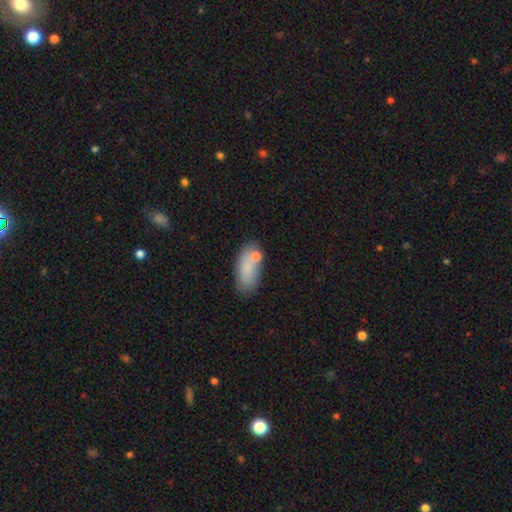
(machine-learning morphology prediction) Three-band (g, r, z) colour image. It shows a smooth galaxy with no disk features (78%) that is in between round and cigar-shaped (89%). Merging: none (60%).